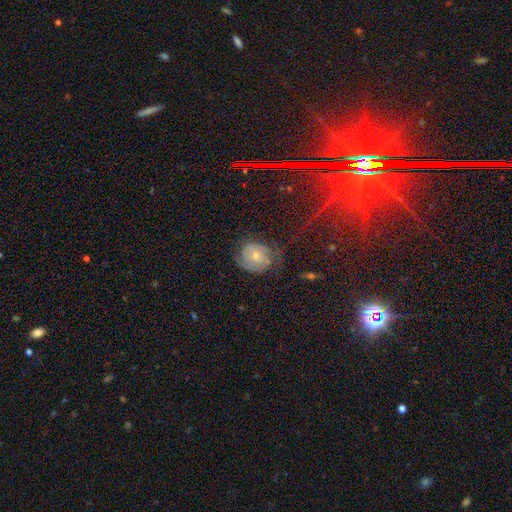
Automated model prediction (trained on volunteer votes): Smooth or featured? Predicted: smooth (p=0.47). Merging? Predicted: none (p=0.56).